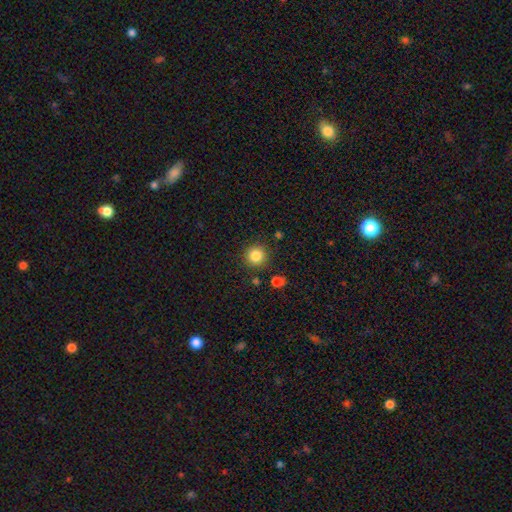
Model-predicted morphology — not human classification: smooth-or-featured: smooth: 84% | star or artifact: 11% | featured or disk: 5%
  how-rounded: round: 94% | in between: 5% | cigar-shaped: 1%
  merging: none: 88% | minor disturbance: 7% | merger: 3% | major disturbance: 2%